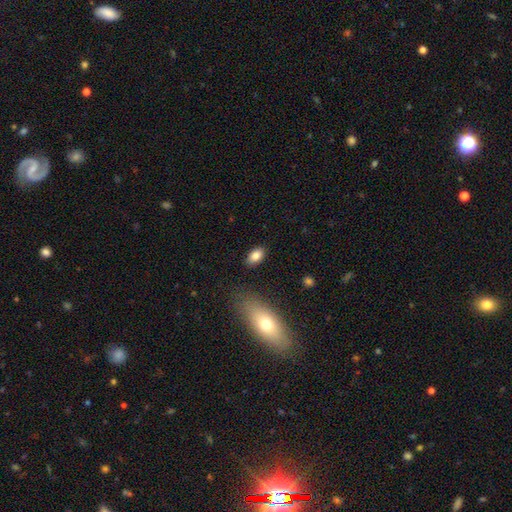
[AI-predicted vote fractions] Q: Smooth or featured?
A: smooth (82%); runner-up: featured or disk (9%)
Q: How rounded?
A: in between (90%); runner-up: round (8%)
Q: Merging?
A: none (86%); runner-up: minor disturbance (10%)